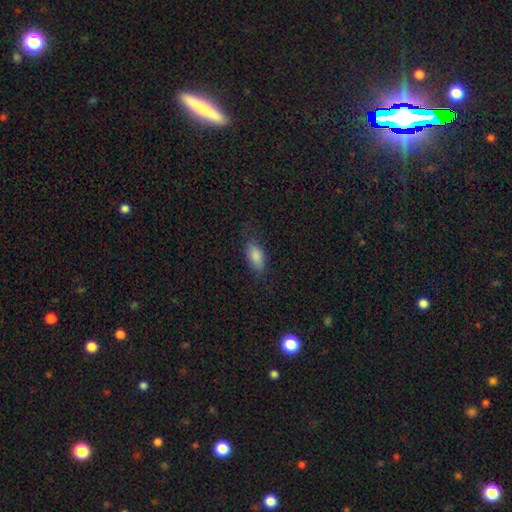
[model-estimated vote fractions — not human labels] Smooth or featured? smooth (83%)
How rounded? in between (88%)
Merging? none (76%)